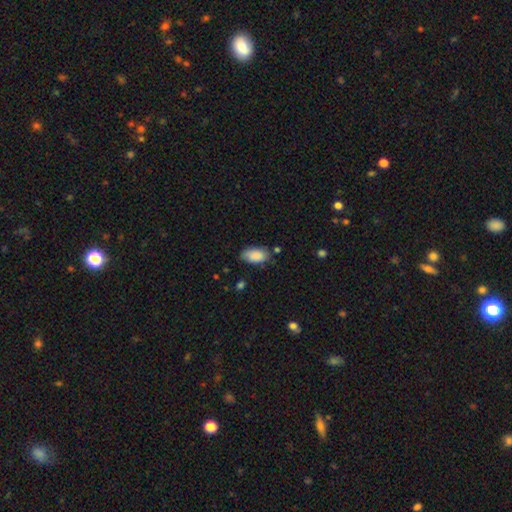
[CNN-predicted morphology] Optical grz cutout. It shows a smooth galaxy with no disk features (88%) that is in between round and cigar-shaped (94%). Merging: none (70%).